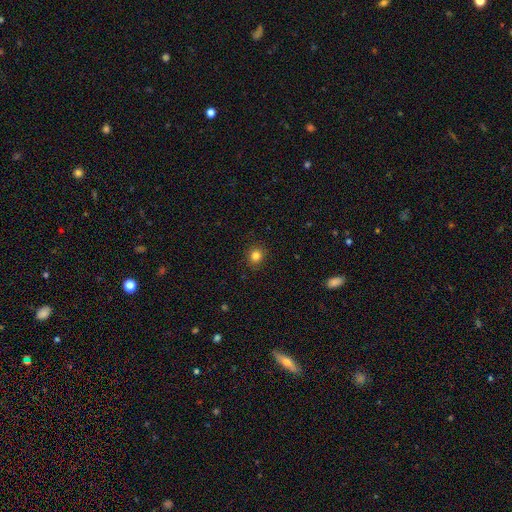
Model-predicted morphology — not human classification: This appears to be a smooth galaxy with no disk features (83%) that is round (83%). Merging: none (90%).